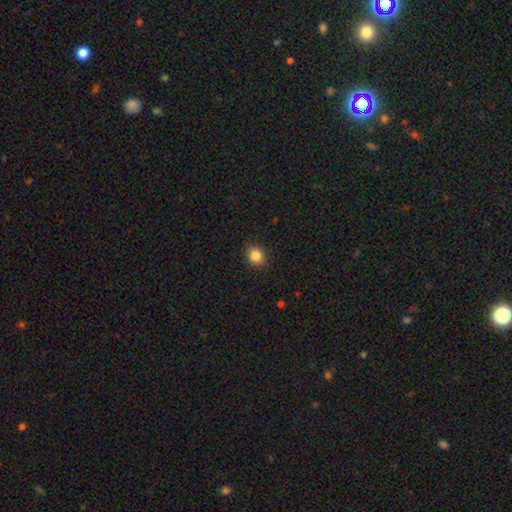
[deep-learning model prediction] Smooth or featured?
  - smooth: 85% *
  - star or artifact: 10%
  - featured or disk: 5%
How rounded?
  - round: 73% *
  - in between: 26%
  - cigar-shaped: 1%
Merging?
  - none: 89% *
  - minor disturbance: 8%
  - major disturbance: 2%
  - merger: 1%